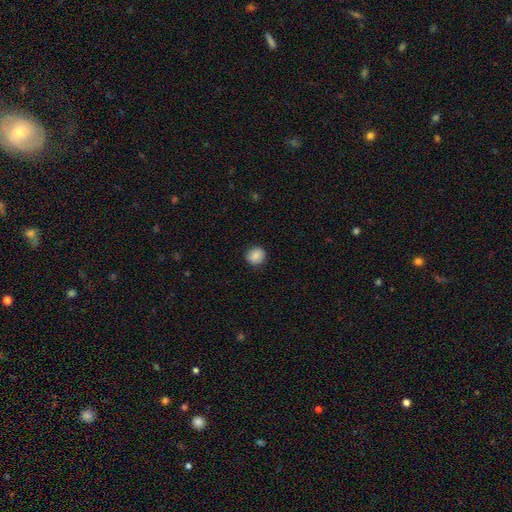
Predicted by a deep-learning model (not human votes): Q: Smooth or featured?
A: smooth (86%); runner-up: star or artifact (8%)
Q: How rounded?
A: round (82%); runner-up: in between (17%)
Q: Merging?
A: none (89%); runner-up: minor disturbance (8%)